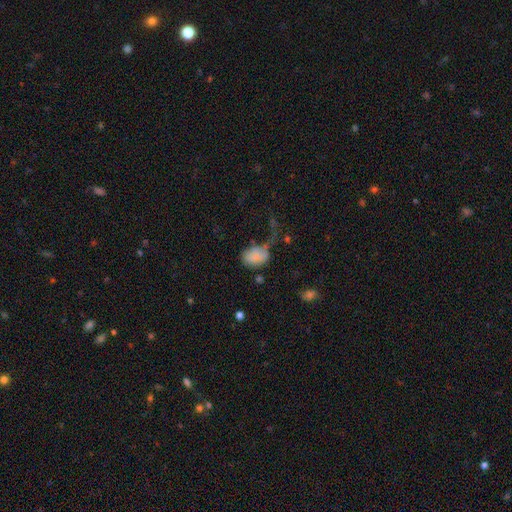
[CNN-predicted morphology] A smooth galaxy with no disk features (78%) that is in between round and cigar-shaped (81%).

Vote fractions:
- Smooth or featured? smooth: 78% / featured or disk: 12% / star or artifact: 10%
- How rounded? in between: 81% / round: 17% / cigar-shaped: 1%
- Merging? major disturbance: 41% / none: 25% / minor disturbance: 24% / merger: 10%